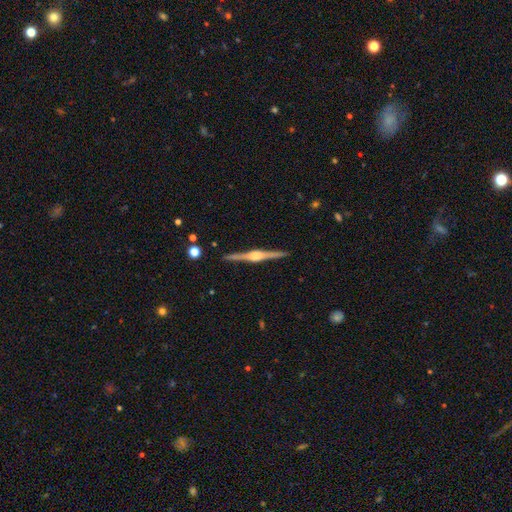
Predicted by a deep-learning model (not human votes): A featured or disk galaxy (87%) viewed edge-on (99%) with a rounded central bulge (83%).

Vote fractions:
- Smooth or featured? featured or disk: 87% / smooth: 8% / star or artifact: 5%
- Edge-on disk? yes: 99% / no: 1%
- Edge-on bulge? rounded: 83% / boxy: 14% / none: 3%
- Merging? none: 92% / minor disturbance: 6% / major disturbance: 1% / merger: 1%